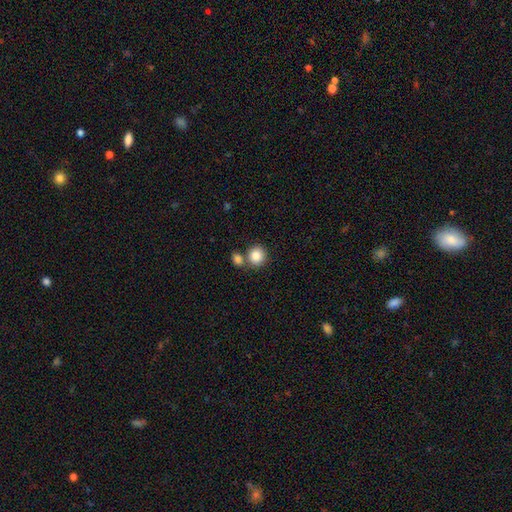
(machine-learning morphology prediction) Smooth or featured: smooth — 85% (star or artifact — 9%)
How rounded: round — 86% (in between — 13%)
Merging: none — 61% (merger — 29%)